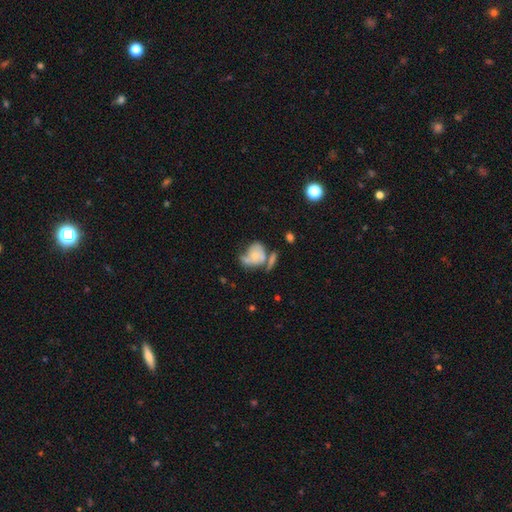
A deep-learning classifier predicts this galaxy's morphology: A smooth galaxy with no disk features (51%) that is in between round and cigar-shaped (53%).

Vote fractions:
- Smooth or featured? smooth: 51% / featured or disk: 40% / star or artifact: 9%
- How rounded? in between: 53% / round: 45% / cigar-shaped: 2%
- Merging? merger: 33% / none: 27% / minor disturbance: 21% / major disturbance: 19%